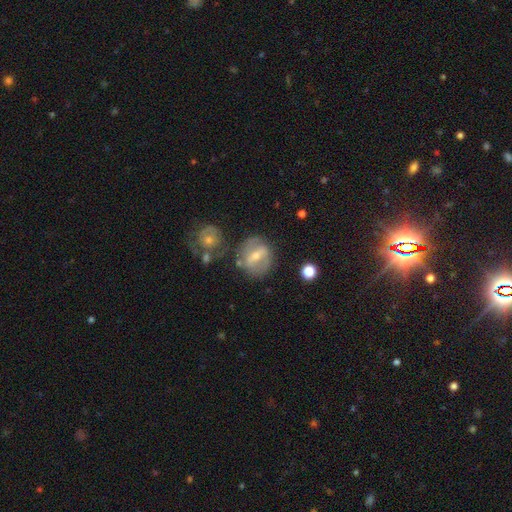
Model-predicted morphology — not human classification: Overall: featured or disk (61%; smooth 32%). Edge-on disk: no (92%). Bar: strong (53%; weak 34%). Spiral arms: yes (51%; no 49%). Bulge size: moderate (53%; small 42%). Merging: none (65%).